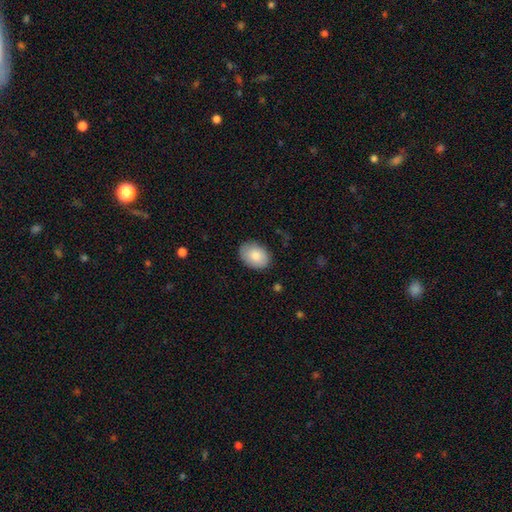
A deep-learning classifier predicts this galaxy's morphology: Smooth or featured?
  - smooth: 84% *
  - featured or disk: 10%
  - star or artifact: 6%
How rounded?
  - in between: 77% *
  - round: 23%
  - cigar-shaped: 1%
Merging?
  - none: 83% *
  - minor disturbance: 13%
  - major disturbance: 3%
  - merger: 1%